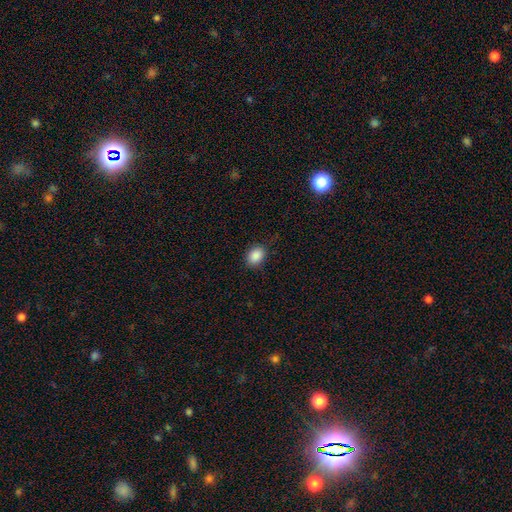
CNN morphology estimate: This appears to be a smooth galaxy with no disk features (88%) that is in between round and cigar-shaped (53%). Merging: none (86%).